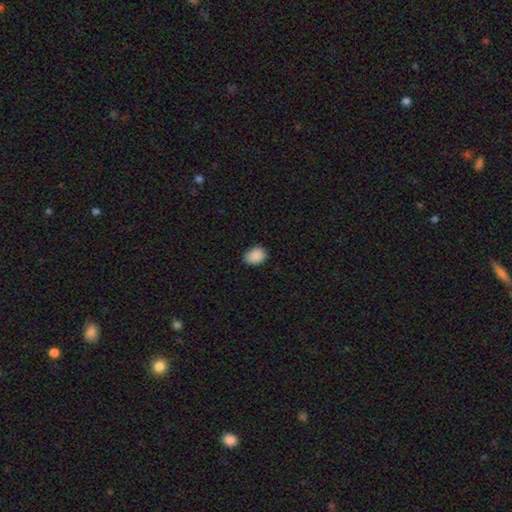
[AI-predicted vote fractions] This is clearly a smooth galaxy (90%). How rounded: likely in between (72%). Merging: clearly none (83%).